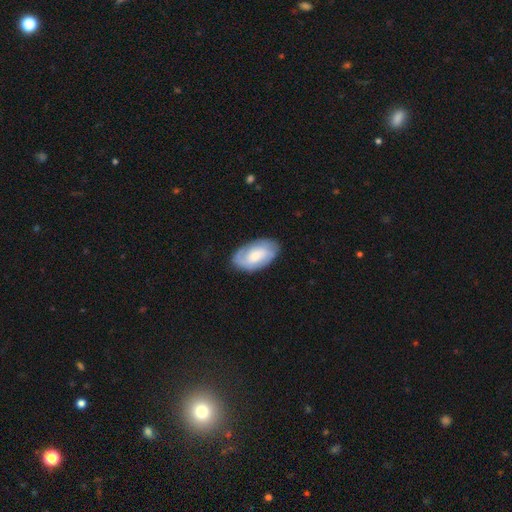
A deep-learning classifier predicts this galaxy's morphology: This appears to be a featured or disk galaxy (52%). Merging: none (80%).